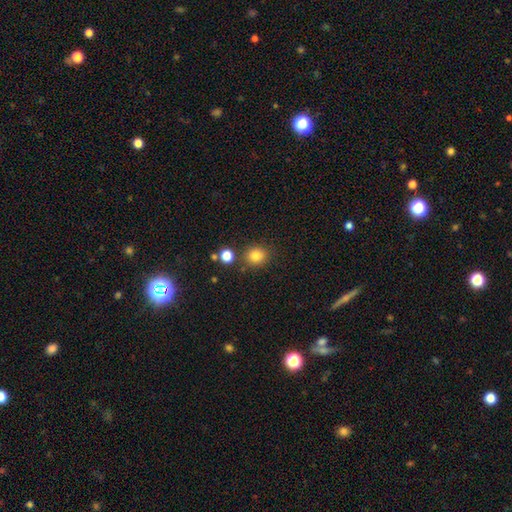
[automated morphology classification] Smooth or featured? smooth (83%)
How rounded? round (80%)
Merging? none (81%)